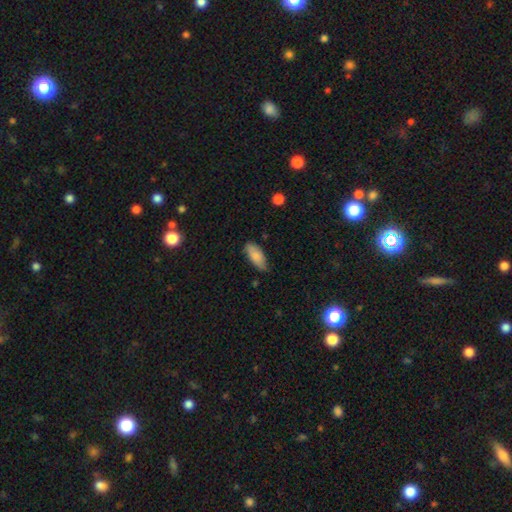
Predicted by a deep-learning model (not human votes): Morphology: type=smooth (83%); roundness=in between (86%); merging=none (68%).